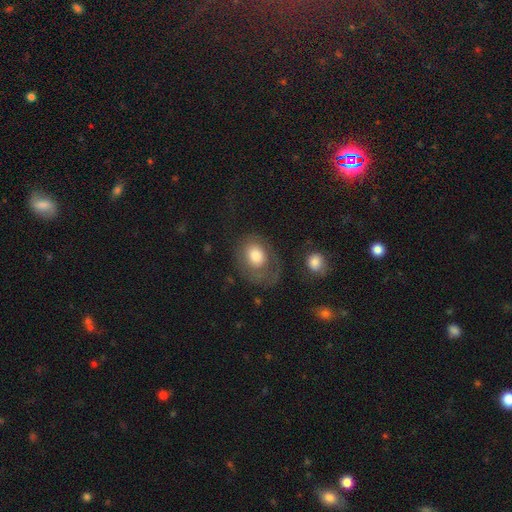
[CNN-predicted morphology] smooth_or_featured: smooth (p=0.65) [alt: featured or disk p=0.27]
how_rounded: in between (p=0.61) [alt: round p=0.38]
merging: none (p=0.49) [alt: major disturbance p=0.26]